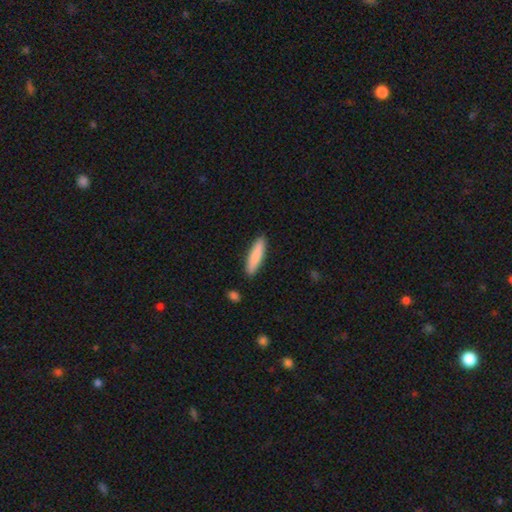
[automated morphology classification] Smooth or featured? smooth (84%)
How rounded? cigar-shaped (76%)
Merging? none (89%)